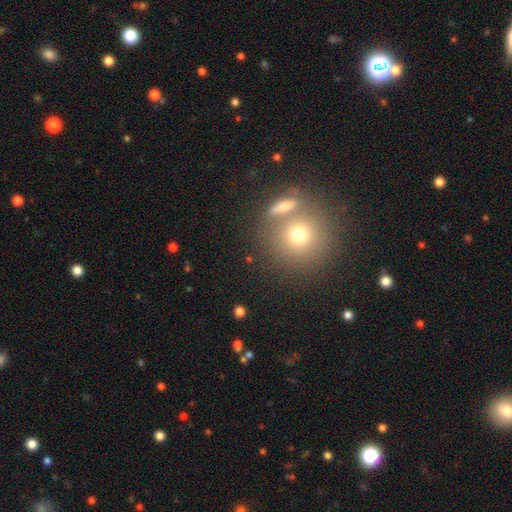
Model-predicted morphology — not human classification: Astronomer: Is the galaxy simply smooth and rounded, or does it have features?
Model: smooth — 56%.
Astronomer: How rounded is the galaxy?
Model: round — 90%.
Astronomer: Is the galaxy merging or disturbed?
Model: none — 63%.